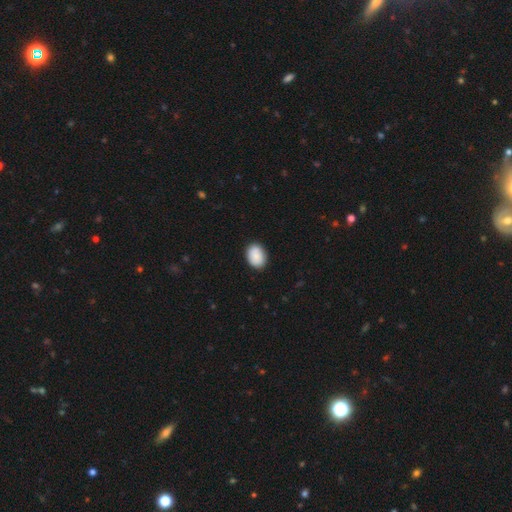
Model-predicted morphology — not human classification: The model was most divided on "how rounded": in between: 76%, round: 23%, cigar-shaped: 1%. More confident: smooth or featured — smooth (89%); merging — none (87%).